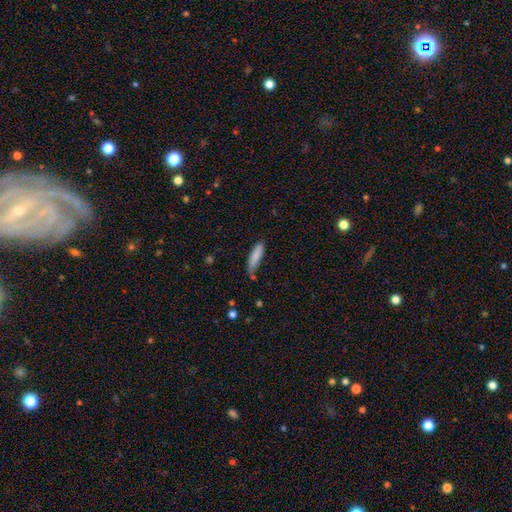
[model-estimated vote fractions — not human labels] Smooth or featured? Predicted: smooth (p=0.84). How rounded? Predicted: cigar-shaped (p=0.67). Merging? Predicted: none (p=0.64).